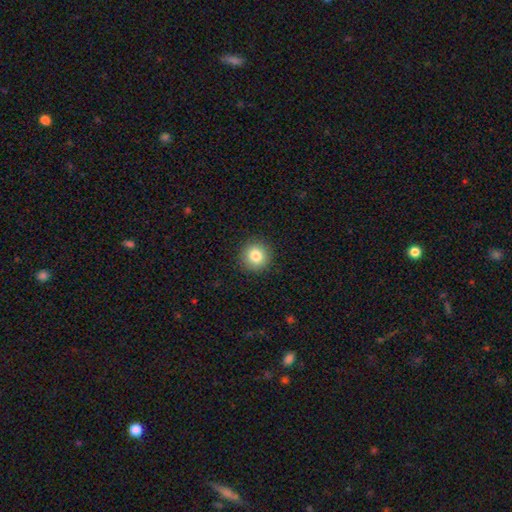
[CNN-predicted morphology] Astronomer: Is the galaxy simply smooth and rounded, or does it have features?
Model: smooth — 83%.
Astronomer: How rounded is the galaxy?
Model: round — 93%.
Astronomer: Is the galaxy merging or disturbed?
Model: none — 92%.